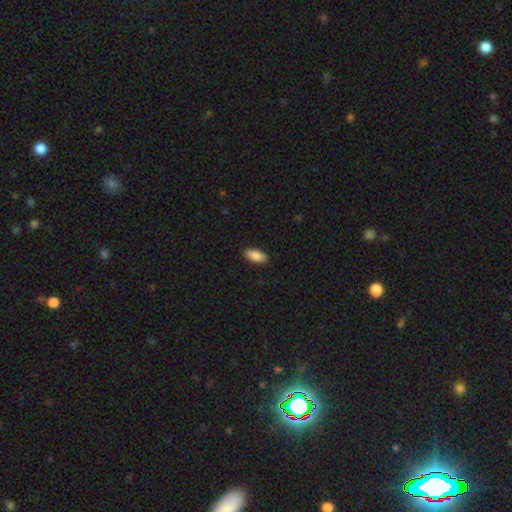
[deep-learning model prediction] Smooth or featured: smooth — 87% (featured or disk — 7%)
How rounded: in between — 86% (cigar-shaped — 12%)
Merging: none — 89% (minor disturbance — 8%)